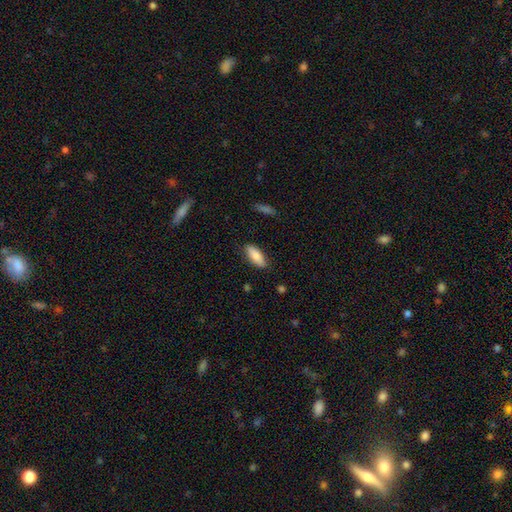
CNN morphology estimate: Overall: smooth (85%). How rounded: in between (77%). Merging: none (84%).